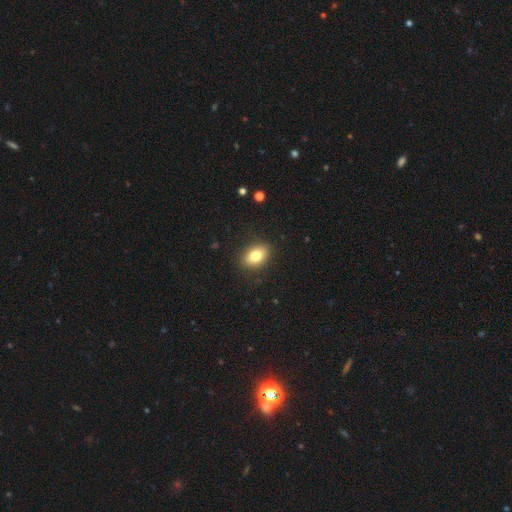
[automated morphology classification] Smooth or featured?
  - smooth: 81% *
  - featured or disk: 10%
  - star or artifact: 9%
How rounded?
  - in between: 79% *
  - round: 20%
  - cigar-shaped: 1%
Merging?
  - none: 87% *
  - minor disturbance: 9%
  - major disturbance: 3%
  - merger: 1%